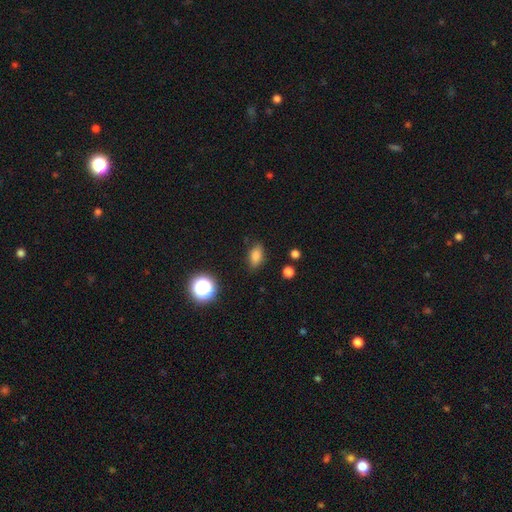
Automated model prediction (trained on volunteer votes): Overall: smooth (81%). How rounded: in between (83%). Merging: none (81%).